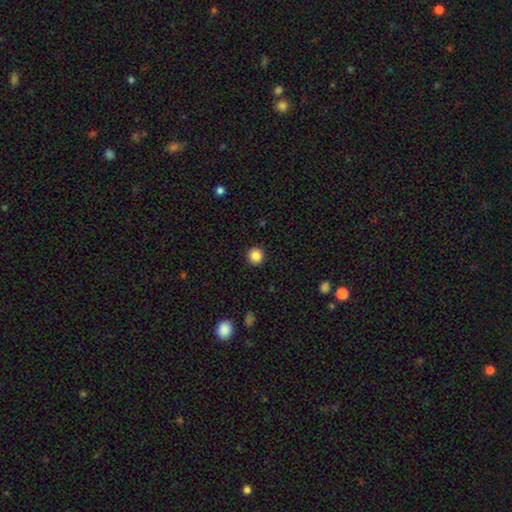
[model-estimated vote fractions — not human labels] Smooth or featured: smooth — 87% (star or artifact — 10%)
How rounded: round — 95% (in between — 4%)
Merging: none — 93% (minor disturbance — 5%)